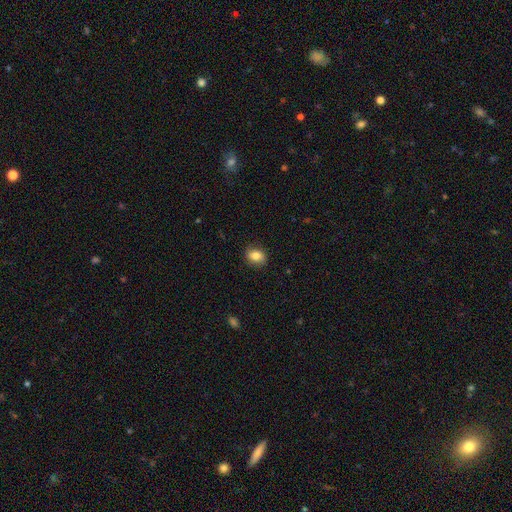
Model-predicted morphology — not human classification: This appears to be a smooth galaxy with no disk features (79%) that is in between round and cigar-shaped (50%). Merging: none (85%).